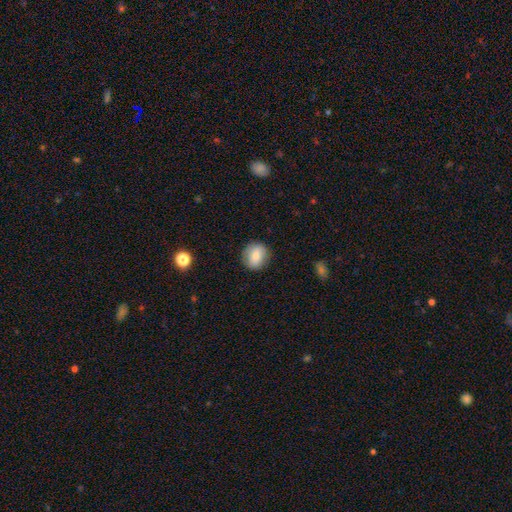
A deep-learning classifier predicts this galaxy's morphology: This appears to be a smooth galaxy with no disk features (79%) that is round (75%). Merging: none (86%).